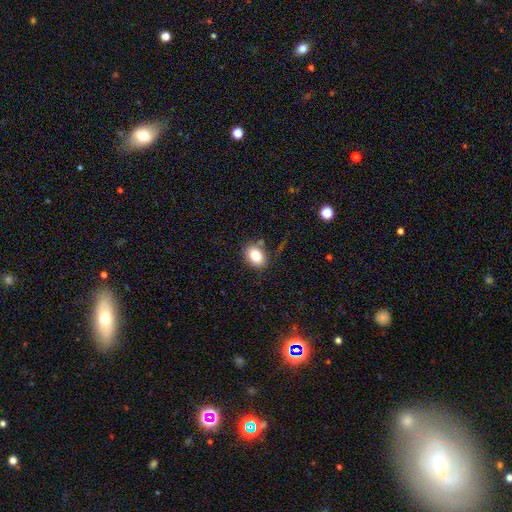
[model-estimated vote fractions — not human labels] A smooth galaxy with no disk features (82%) that is in between round and cigar-shaped (78%).

Vote fractions:
- Smooth or featured? smooth: 82% / featured or disk: 10% / star or artifact: 9%
- How rounded? in between: 78% / round: 21% / cigar-shaped: 1%
- Merging? none: 79% / minor disturbance: 13% / merger: 4% / major disturbance: 4%